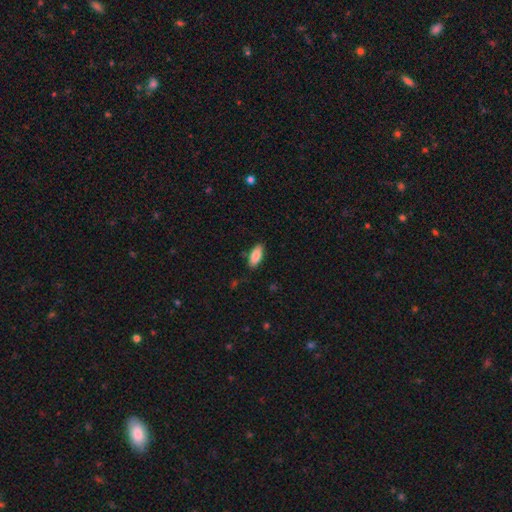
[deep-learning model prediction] The model was most divided on "merging": none: 83%, minor disturbance: 13%, major disturbance: 3%, merger: 2%. More confident: smooth or featured — smooth (87%); how rounded — in between (86%).